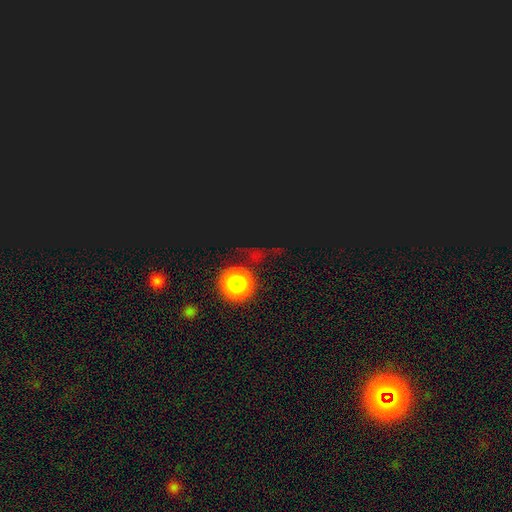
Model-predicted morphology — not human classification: The model was most divided on "smooth or featured": smooth: 59%, star or artifact: 31%, featured or disk: 10%. More confident: how rounded — round (87%); merging — none (71%).